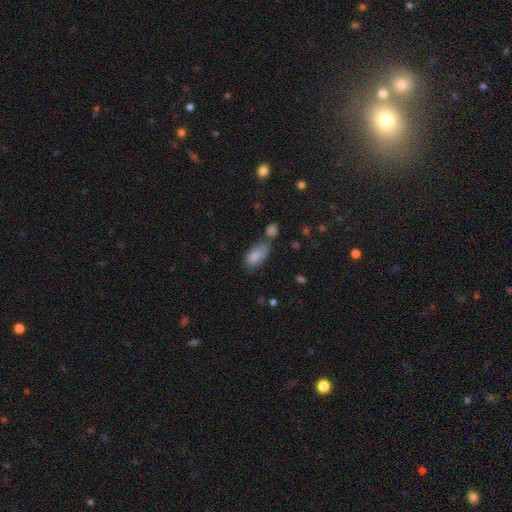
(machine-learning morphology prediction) Smooth or featured?
  - smooth: 82% *
  - featured or disk: 10%
  - star or artifact: 7%
How rounded?
  - in between: 91% *
  - cigar-shaped: 6%
  - round: 3%
Merging?
  - none: 44% *
  - merger: 24%
  - minor disturbance: 23%
  - major disturbance: 9%